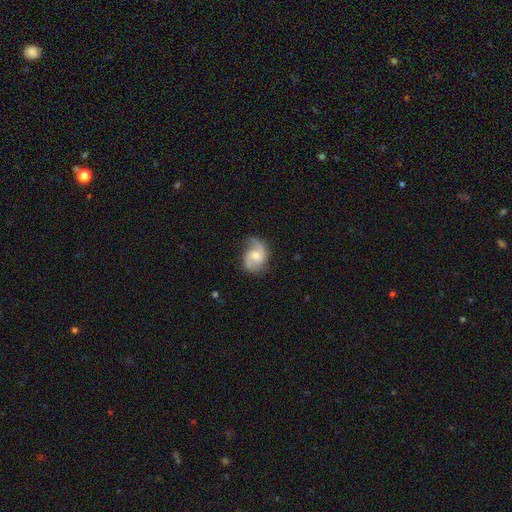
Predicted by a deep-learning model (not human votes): The model was most divided on "spiral winding": medium: 45%, loose: 41%, tight: 14%. More confident: edge-on disk — no (98%); spiral arms — yes (95%); spiral arm count — 2 (86%); smooth or featured — featured or disk (77%); merging — none (68%); bulge size — moderate (57%); bar — no (56%).